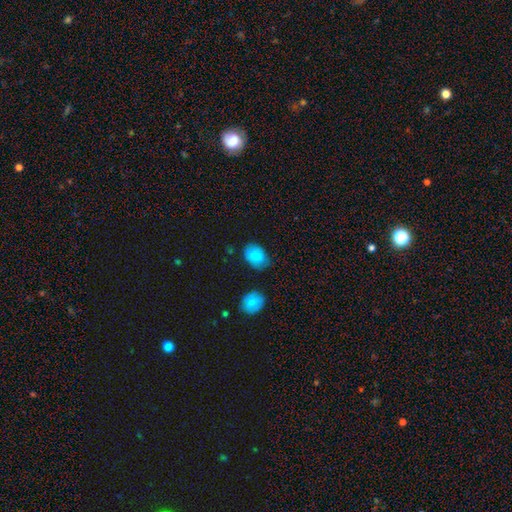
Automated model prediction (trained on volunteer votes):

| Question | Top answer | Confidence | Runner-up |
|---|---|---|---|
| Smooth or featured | smooth | 82% | featured or disk (11%) |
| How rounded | in between | 81% | round (18%) |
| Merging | none | 66% | minor disturbance (25%) |